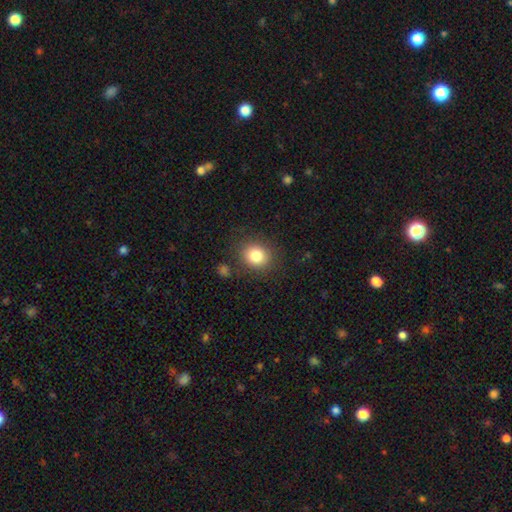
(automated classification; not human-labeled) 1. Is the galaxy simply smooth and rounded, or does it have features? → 82% smooth, 10% star or artifact, 7% featured or disk.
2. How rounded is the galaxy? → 74% round, 25% in between, 1% cigar-shaped.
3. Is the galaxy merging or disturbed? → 83% none, 10% minor disturbance, 4% major disturbance, 3% merger.